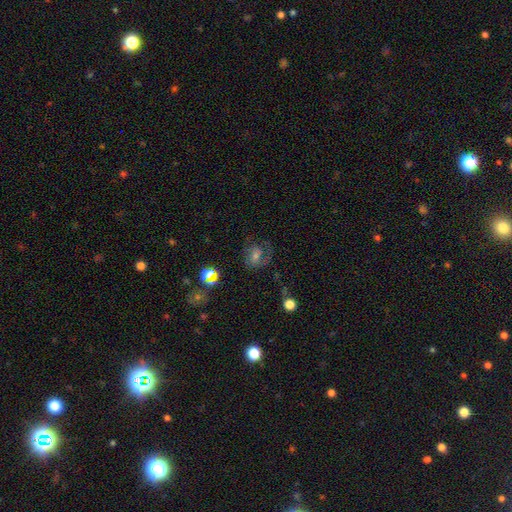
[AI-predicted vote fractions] featured or disk 55%, smooth 28%, star or artifact 17%. Down the decision tree: edge-on disk — no (96%); bar — no (50%); spiral arms — yes (82%); bulge size — moderate (46%); merging — none (60%).